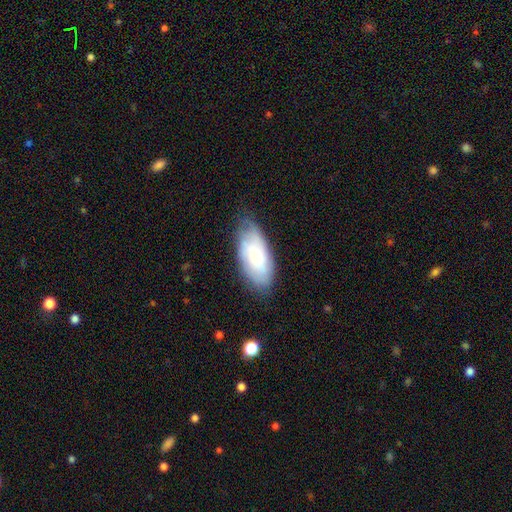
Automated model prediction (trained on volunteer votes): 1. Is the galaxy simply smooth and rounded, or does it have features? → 62% smooth, 31% featured or disk, 7% star or artifact.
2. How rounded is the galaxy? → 91% in between, 7% cigar-shaped, 2% round.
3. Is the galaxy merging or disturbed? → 70% none, 23% minor disturbance, 5% major disturbance, 1% merger.